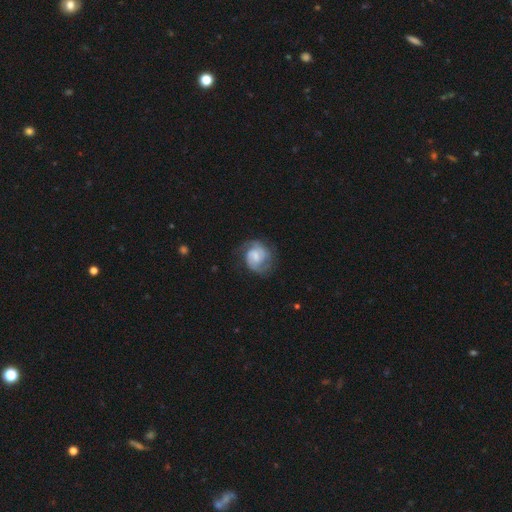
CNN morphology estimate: Overall: featured or disk (71%). Edge-on disk: no (98%). Bar: no (46%; weak 45%). Spiral arms: yes (92%). Spiral arm count: 2 (68%). Spiral winding: tight (47%; medium 41%). Bulge size: small (44%; moderate 31%). Merging: none (66%).